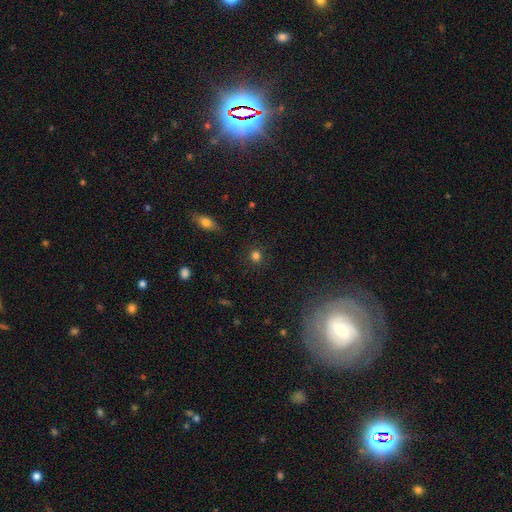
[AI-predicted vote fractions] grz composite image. It shows a smooth galaxy with no disk features (81%) that is round (89%). Merging: none (88%).